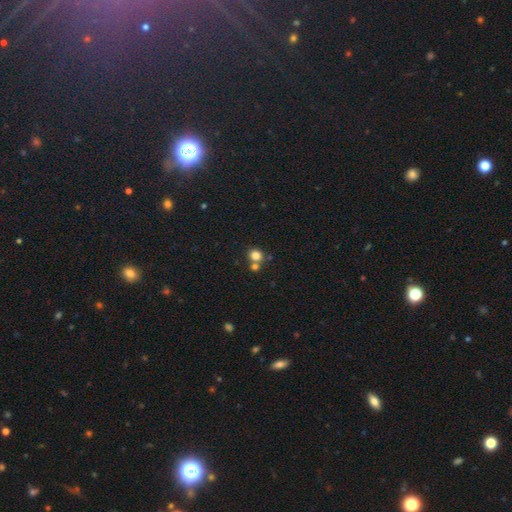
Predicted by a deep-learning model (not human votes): Q: Smooth or featured?
A: smooth (80%); runner-up: star or artifact (13%)
Q: How rounded?
A: round (81%); runner-up: in between (18%)
Q: Merging?
A: none (60%); runner-up: merger (30%)